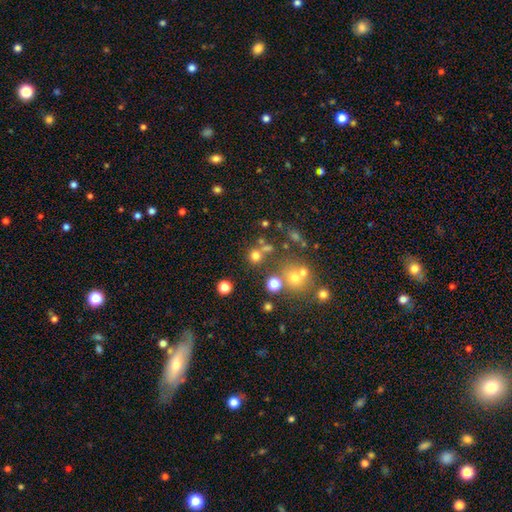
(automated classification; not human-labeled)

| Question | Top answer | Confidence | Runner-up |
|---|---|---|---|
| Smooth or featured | smooth | 70% | star or artifact (21%) |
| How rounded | round | 90% | in between (9%) |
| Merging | none | 68% | merger (19%) |